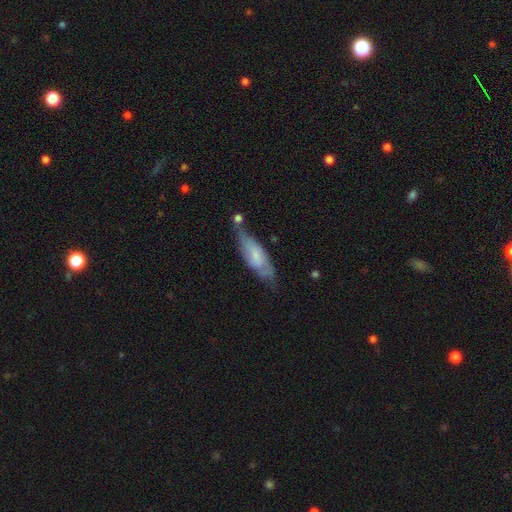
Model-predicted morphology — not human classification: Smooth or featured? smooth (51%)
How rounded? in between (54%)
Merging? none (46%)